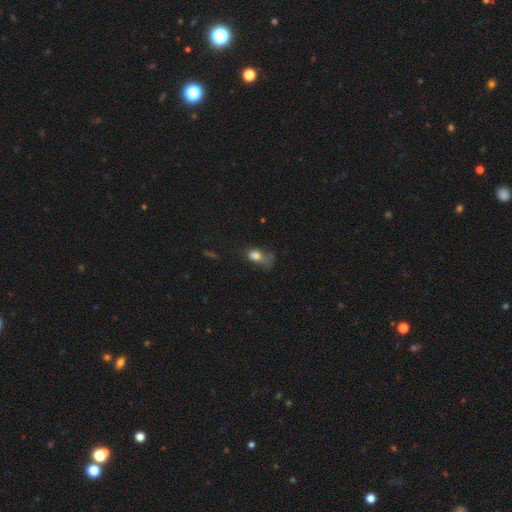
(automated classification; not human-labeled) A smooth galaxy with no disk features (73%) that is in between round and cigar-shaped (76%). Merging: major disturbance (46%).